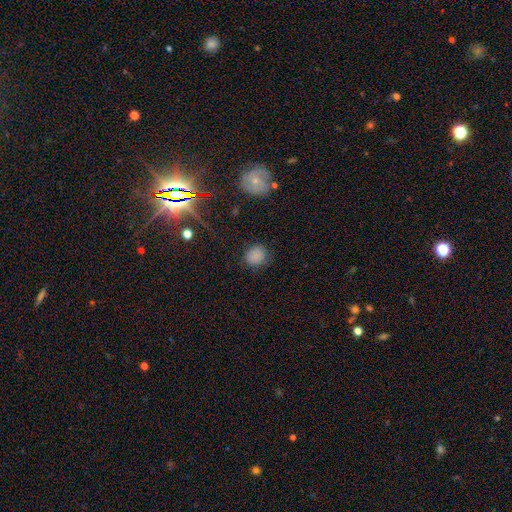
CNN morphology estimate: Smooth or featured?
  - smooth: 80% *
  - star or artifact: 14%
  - featured or disk: 5%
How rounded?
  - round: 76% *
  - in between: 22%
  - cigar-shaped: 1%
Merging?
  - none: 81% *
  - minor disturbance: 13%
  - major disturbance: 4%
  - merger: 2%